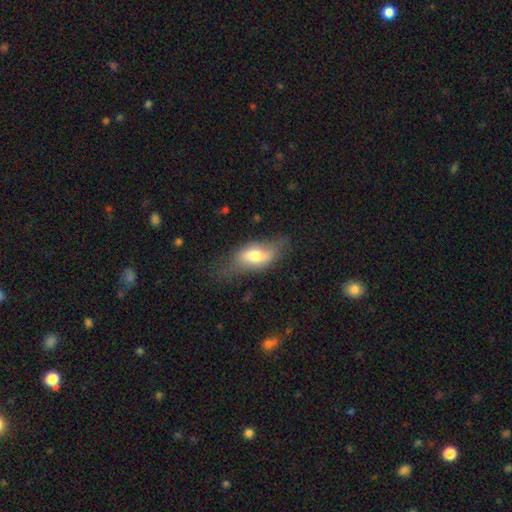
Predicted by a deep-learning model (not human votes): smooth_or_featured: smooth (p=0.56) [alt: featured or disk p=0.37]
how_rounded: in between (p=0.84) [alt: cigar-shaped p=0.11]
merging: none (p=0.52) [alt: minor disturbance p=0.30]